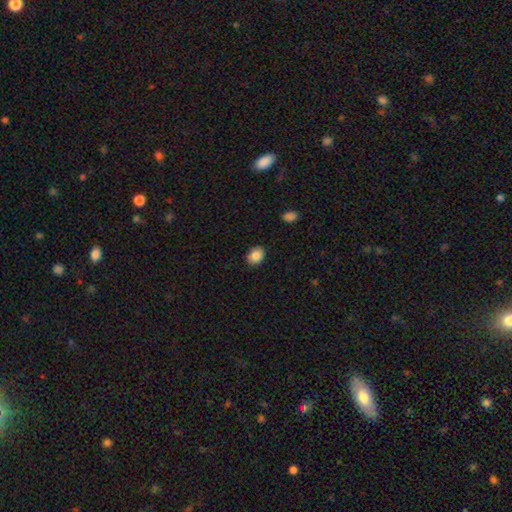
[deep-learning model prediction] A smooth galaxy with no disk features (86%) that is in between round and cigar-shaped (58%). Merging: none (86%).